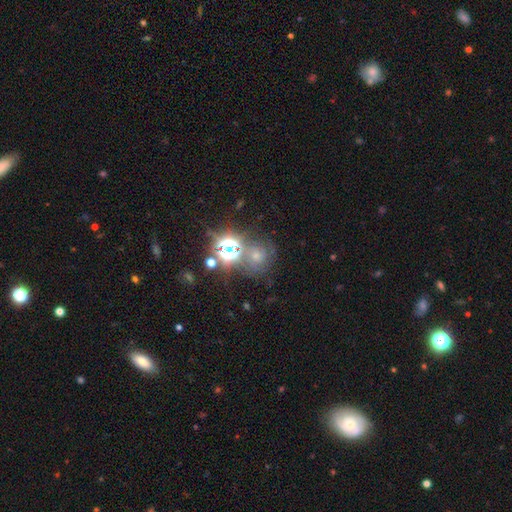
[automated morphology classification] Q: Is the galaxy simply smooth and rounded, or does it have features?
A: star or artifact — 41%.